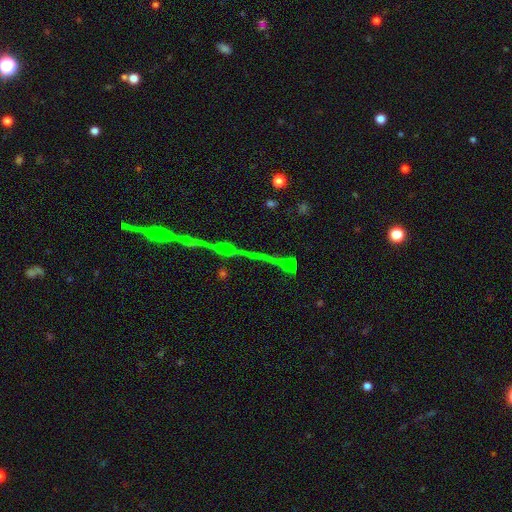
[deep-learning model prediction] Smooth or featured: star or artifact — 59% (featured or disk — 28%)